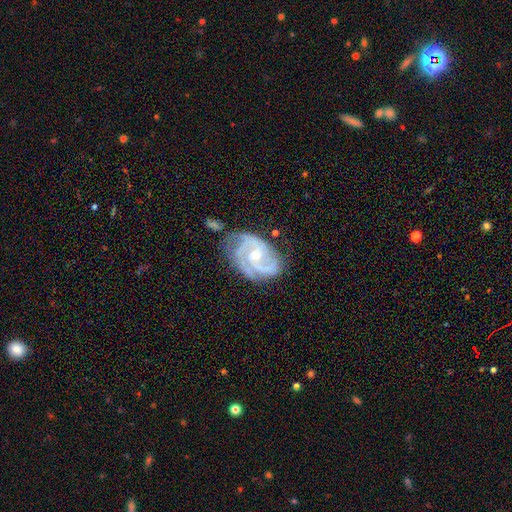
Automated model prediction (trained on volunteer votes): Morphology: type=featured or disk (91%); edge-on=no (98%); bar=no (60%); spiral arms=yes (98%); winding=tight (54%); arm count=3 (45%); bulge=moderate (50%); merging=none (62%).